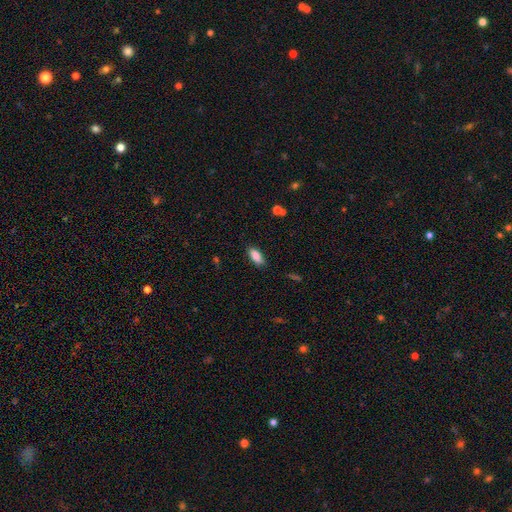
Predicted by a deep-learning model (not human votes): The model was most divided on "how rounded": in between: 82%, cigar-shaped: 15%, round: 2%. More confident: smooth or featured — smooth (85%); merging — none (83%).